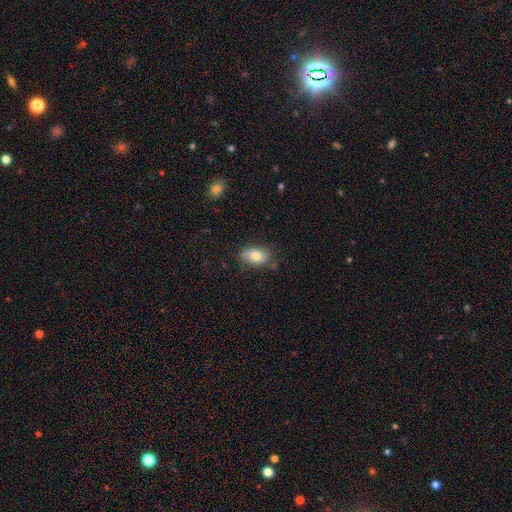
A smooth galaxy with no disk features (77%) that is in between round and cigar-shaped (80%).

Vote fractions:
- Smooth or featured? smooth: 77% / featured or disk: 15% / star or artifact: 8%
- How rounded? in between: 80% / round: 17% / cigar-shaped: 3%
- Merging? none: 92% / minor disturbance: 6% / merger: 3% / major disturbance: 0%